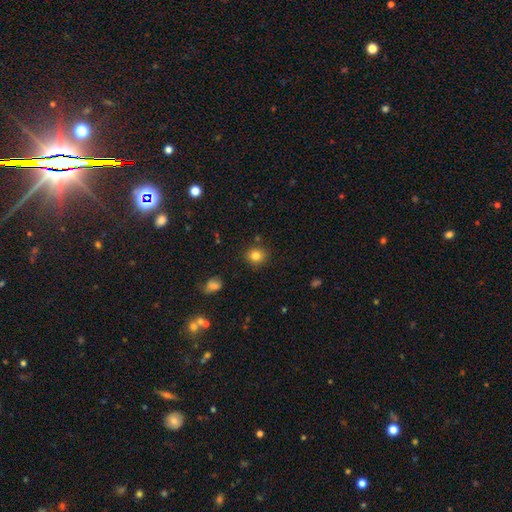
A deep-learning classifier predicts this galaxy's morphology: This is clearly a smooth galaxy (82%). How rounded: clearly round (80%). Merging: clearly none (87%).